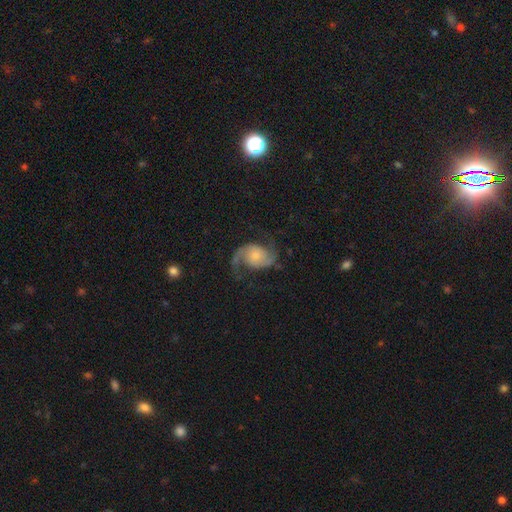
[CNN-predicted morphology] This is clearly a featured or disk galaxy (87%). It is clearly not viewed edge-on (98%). Bar: likely no (70%). Spiral arm pattern: clearly yes (97%). Spiral arm count: clearly 2 (93%). Spiral winding: possibly loose (50%). Central bulge: marginally small (44%). Merging: likely none (73%).